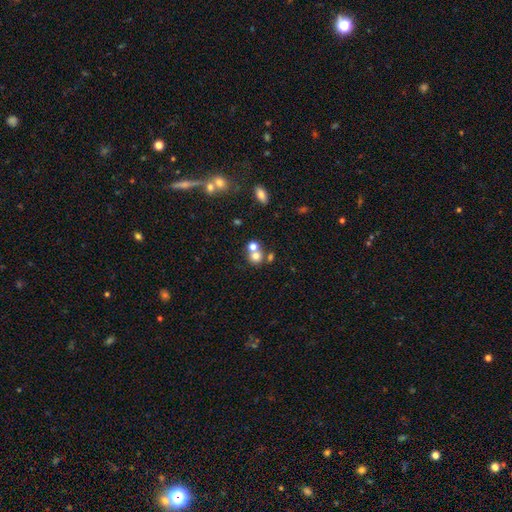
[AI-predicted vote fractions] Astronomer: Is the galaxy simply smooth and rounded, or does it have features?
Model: smooth — 71%.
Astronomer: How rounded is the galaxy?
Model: round — 83%.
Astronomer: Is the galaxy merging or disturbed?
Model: merger — 47% (runner-up: none, 43%).